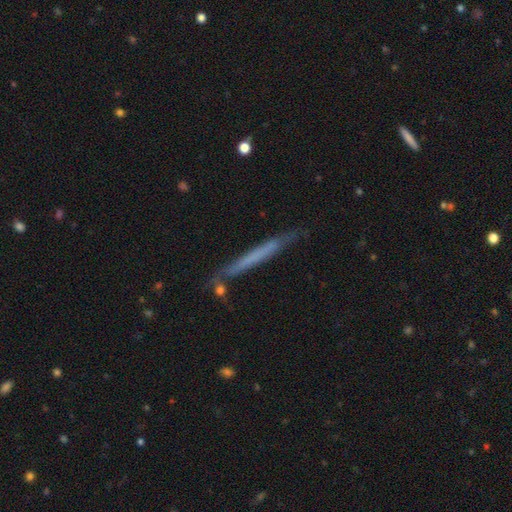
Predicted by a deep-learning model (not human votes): Overall: smooth (48%; featured or disk 45%). Merging: none (80%).